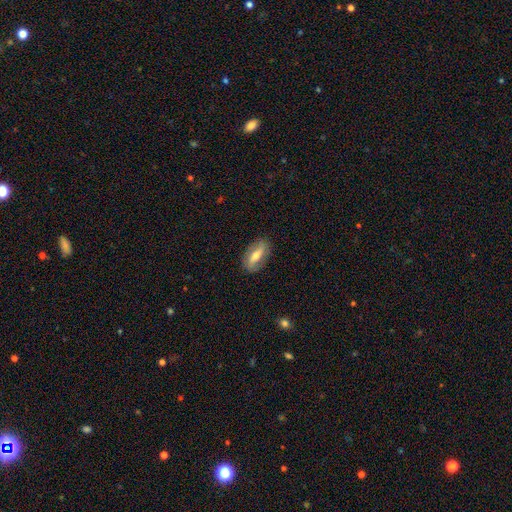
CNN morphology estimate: featured or disk 50%, smooth 44%, star or artifact 6%. Down the decision tree: merging — none (85%).